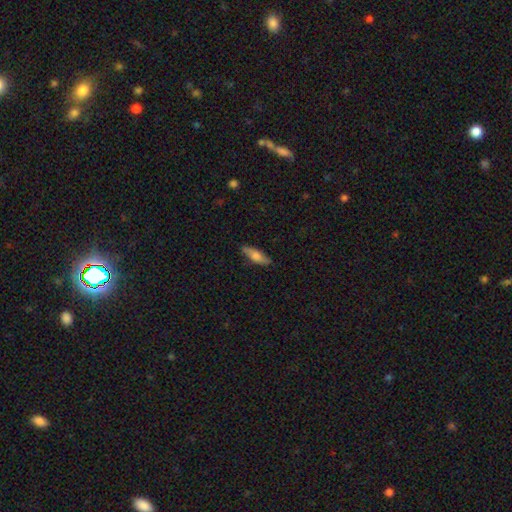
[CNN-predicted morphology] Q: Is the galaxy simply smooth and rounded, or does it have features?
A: smooth — 67%.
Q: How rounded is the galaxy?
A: cigar-shaped — 50%.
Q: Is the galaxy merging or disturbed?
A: none — 83%.